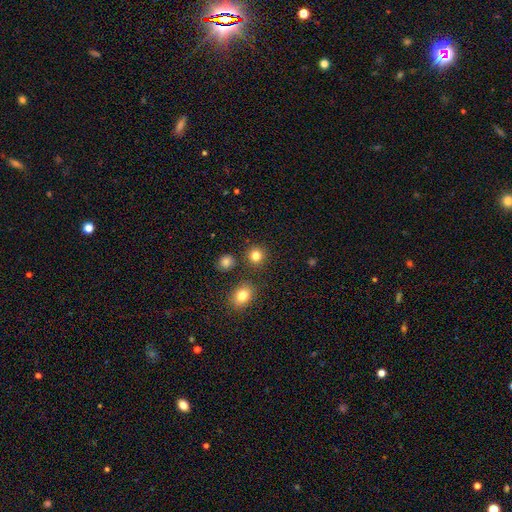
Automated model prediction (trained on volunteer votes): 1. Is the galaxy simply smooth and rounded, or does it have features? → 82% smooth, 12% star or artifact, 5% featured or disk.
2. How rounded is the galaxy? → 89% round, 10% in between, 1% cigar-shaped.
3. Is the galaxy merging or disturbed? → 87% none, 6% minor disturbance, 5% merger, 2% major disturbance.